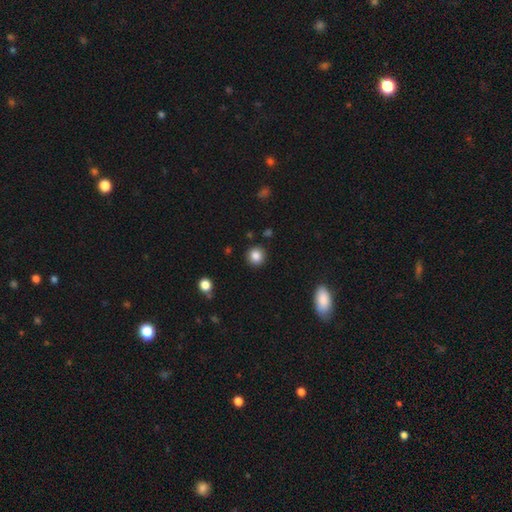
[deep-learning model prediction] smooth-or-featured: smooth: 85% | star or artifact: 10% | featured or disk: 4%
  how-rounded: round: 91% | in between: 8% | cigar-shaped: 1%
  merging: none: 90% | minor disturbance: 6% | major disturbance: 2% | merger: 2%